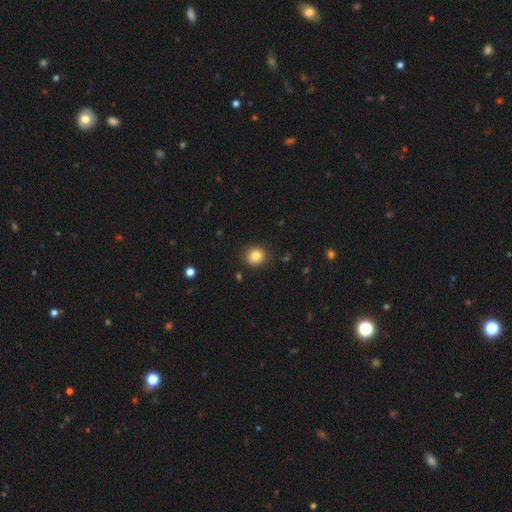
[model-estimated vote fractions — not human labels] A smooth galaxy with no disk features (83%) that is round (87%).

Vote fractions:
- Smooth or featured? smooth: 83% / star or artifact: 11% / featured or disk: 6%
- How rounded? round: 87% / in between: 12% / cigar-shaped: 1%
- Merging? none: 88% / minor disturbance: 8% / major disturbance: 2% / merger: 1%